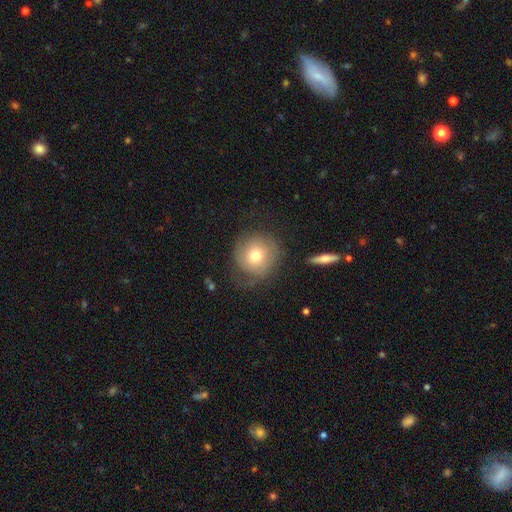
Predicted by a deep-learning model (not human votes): Overall: smooth (64%; featured or disk 27%). How rounded: round (89%). Merging: none (66%).